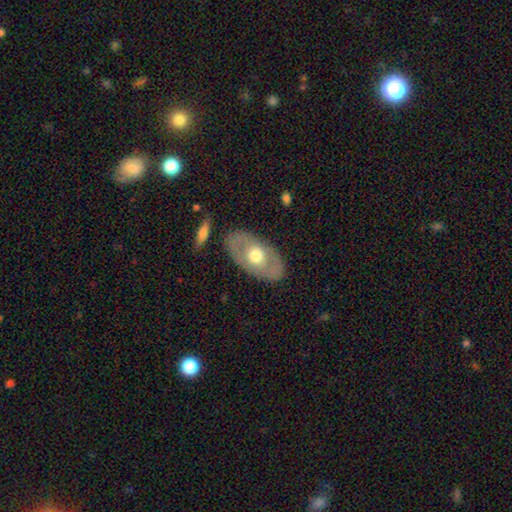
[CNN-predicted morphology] Smooth or featured?
  - featured or disk: 53% *
  - smooth: 43%
  - star or artifact: 5%
Edge-on disk?
  - no: 84% *
  - yes: 16%
Merging?
  - none: 83% *
  - minor disturbance: 11%
  - major disturbance: 3%
  - merger: 2%